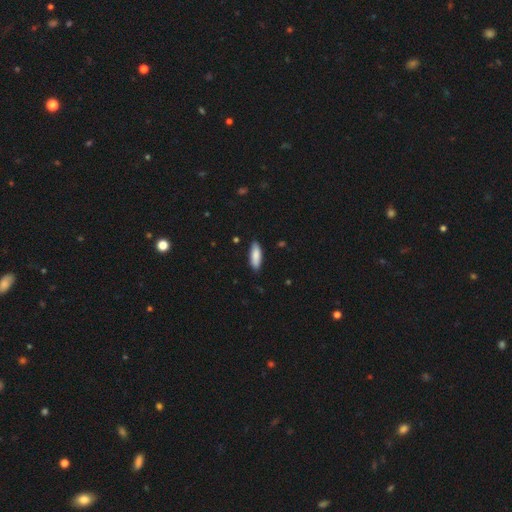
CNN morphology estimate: type=smooth (86%); roundness=in between (64%); merging=none (86%).